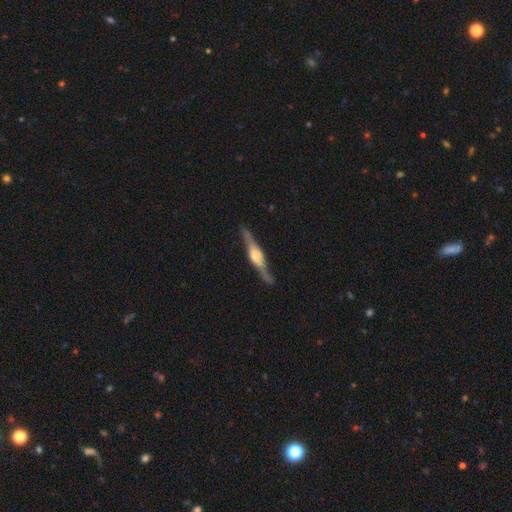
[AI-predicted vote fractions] Morphology: type=featured or disk (81%); edge-on=yes (96%); edge-on bulge=rounded (86%); merging=none (86%).